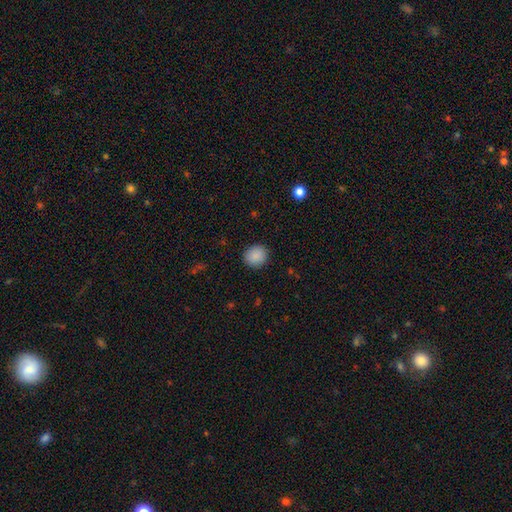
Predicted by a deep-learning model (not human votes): smooth-or-featured: smooth: 89% | star or artifact: 8% | featured or disk: 3%
  how-rounded: round: 84% | in between: 15% | cigar-shaped: 1%
  merging: none: 91% | minor disturbance: 6% | major disturbance: 2% | merger: 1%